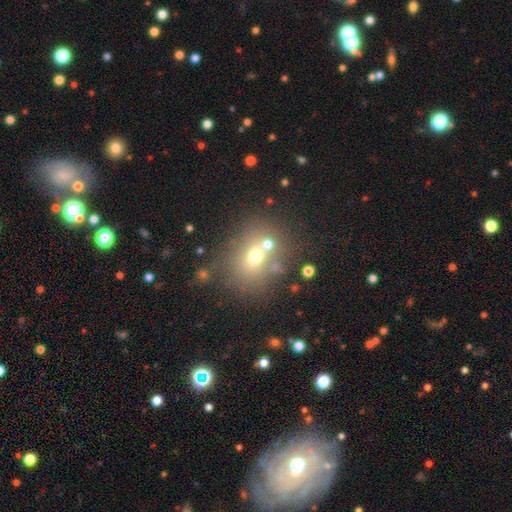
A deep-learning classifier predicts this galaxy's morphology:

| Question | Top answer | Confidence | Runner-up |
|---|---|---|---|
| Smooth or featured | smooth | 61% | featured or disk (20%) |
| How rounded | round | 55% | in between (44%) |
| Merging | none | 61% | merger (20%) |